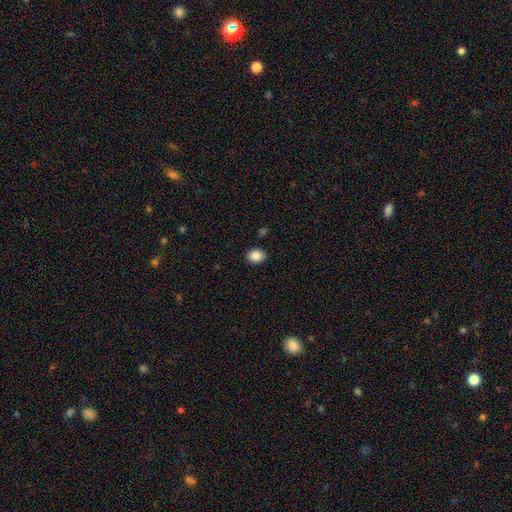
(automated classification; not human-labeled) Smooth or featured? Predicted: smooth (p=0.87). How rounded? Predicted: in between (p=0.51). Merging? Predicted: none (p=0.88).